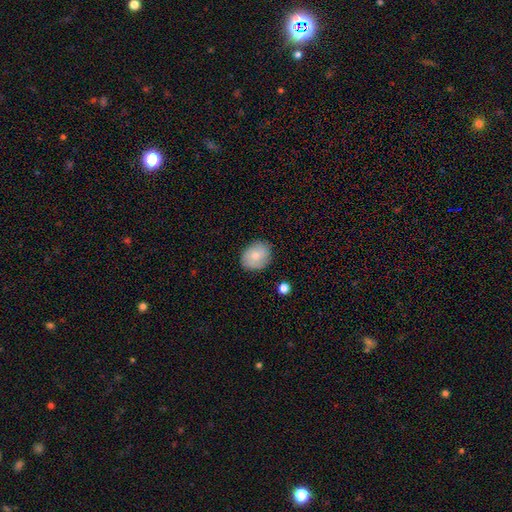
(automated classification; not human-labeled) Overall: smooth (68%). How rounded: round (50%; in between 49%). Merging: none (82%).